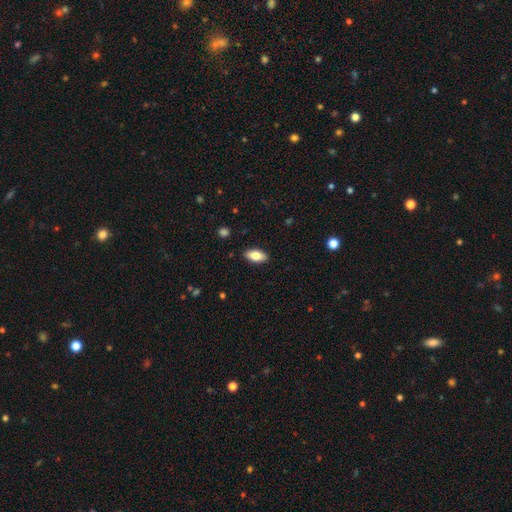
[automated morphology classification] The model was most divided on "smooth or featured": smooth: 79%, featured or disk: 14%, star or artifact: 7%. More confident: how rounded — in between (89%); merging — none (89%).